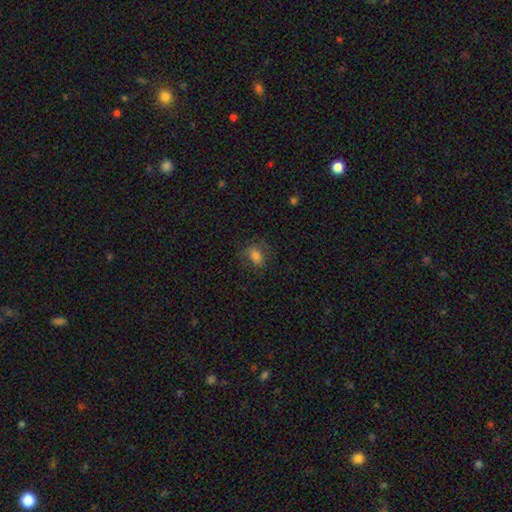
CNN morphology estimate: A smooth galaxy with no disk features (76%) that is in between round and cigar-shaped (79%).

Vote fractions:
- Smooth or featured? smooth: 76% / featured or disk: 12% / star or artifact: 12%
- How rounded? in between: 79% / round: 18% / cigar-shaped: 3%
- Merging? none: 68% / minor disturbance: 19% / major disturbance: 11% / merger: 1%